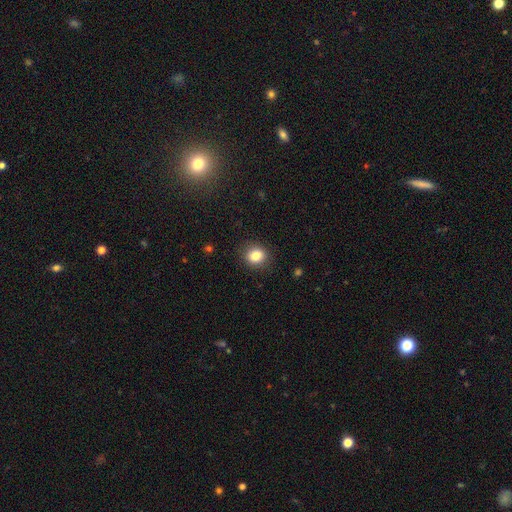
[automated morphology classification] Overall: smooth (84%). How rounded: round (75%). Merging: none (88%).